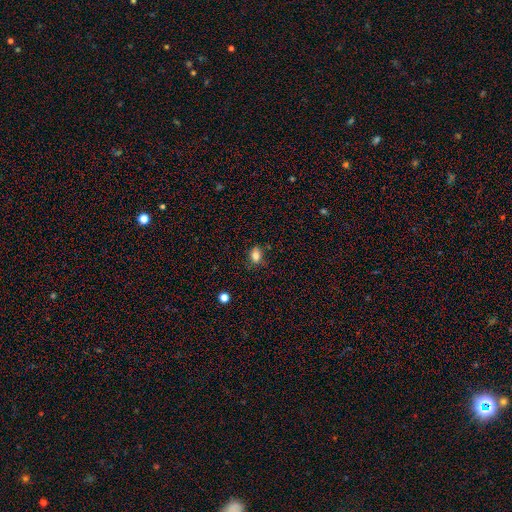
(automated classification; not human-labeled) The model was most divided on "how rounded": in between: 72%, round: 26%, cigar-shaped: 2%. More confident: smooth or featured — smooth (81%); merging — none (76%).